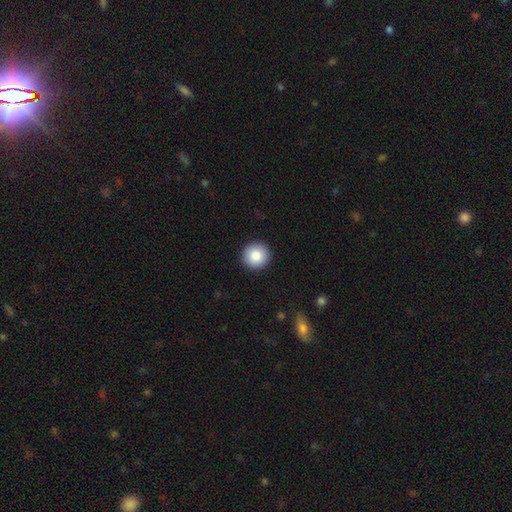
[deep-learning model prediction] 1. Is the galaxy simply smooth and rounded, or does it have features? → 87% smooth, 8% star or artifact, 5% featured or disk.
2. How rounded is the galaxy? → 95% round, 4% in between, 1% cigar-shaped.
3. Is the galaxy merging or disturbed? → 93% none, 5% minor disturbance, 2% major disturbance, 1% merger.